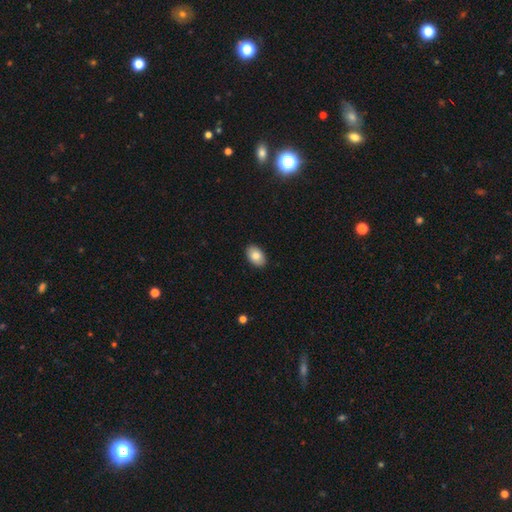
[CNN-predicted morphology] smooth 85%, featured or disk 8%, star or artifact 7%. Down the decision tree: how rounded — in between (90%); merging — none (90%).